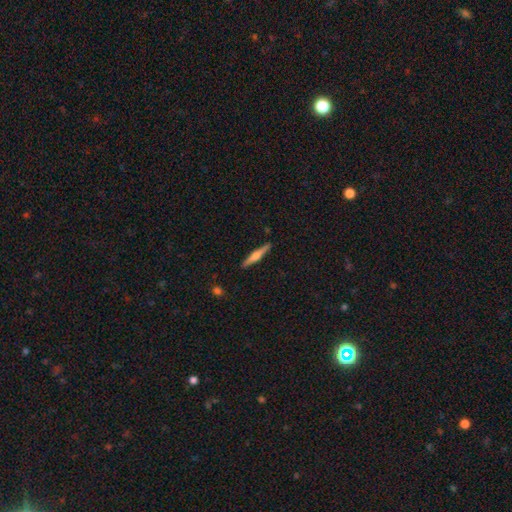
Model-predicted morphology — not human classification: type=featured or disk (57%); edge-on=yes (97%); edge-on bulge=rounded (82%); merging=none (90%).